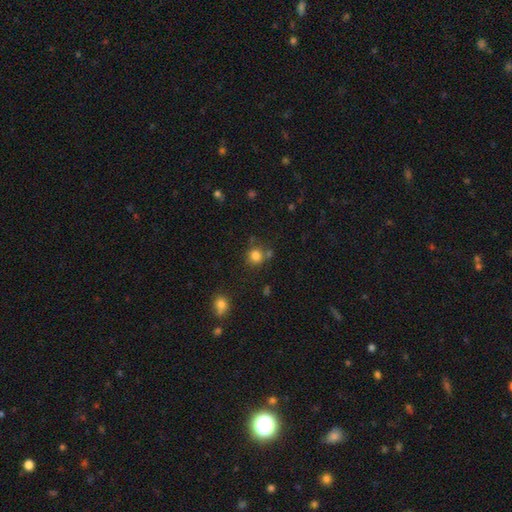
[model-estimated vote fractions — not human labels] Smooth or featured? Predicted: smooth (p=0.81). How rounded? Predicted: round (p=0.88). Merging? Predicted: none (p=0.71).